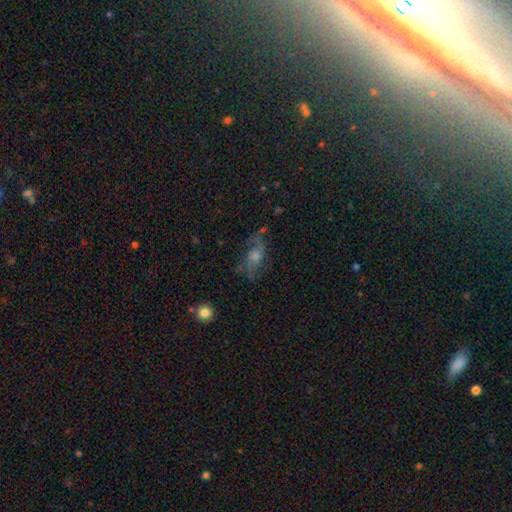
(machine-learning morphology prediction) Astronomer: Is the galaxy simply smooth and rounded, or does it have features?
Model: featured or disk — 58%.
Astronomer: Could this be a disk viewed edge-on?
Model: no — 87%.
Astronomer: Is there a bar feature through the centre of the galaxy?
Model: no — 71%.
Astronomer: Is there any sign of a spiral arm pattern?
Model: yes — 77%.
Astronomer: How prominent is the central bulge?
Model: moderate — 53% (runner-up: small, 30%).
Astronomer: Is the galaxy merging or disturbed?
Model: none — 63%.